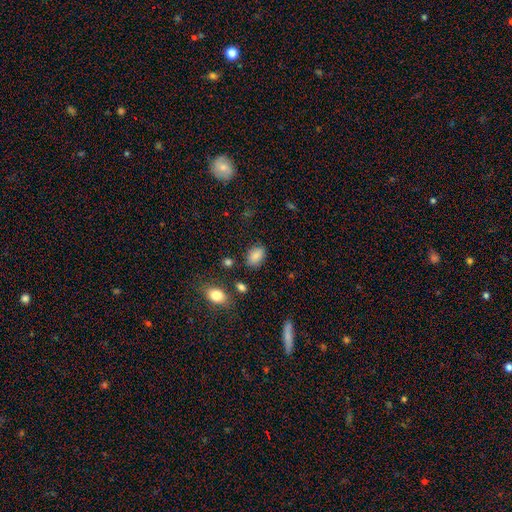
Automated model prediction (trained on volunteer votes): Smooth or featured? smooth (85%)
How rounded? in between (86%)
Merging? none (81%)